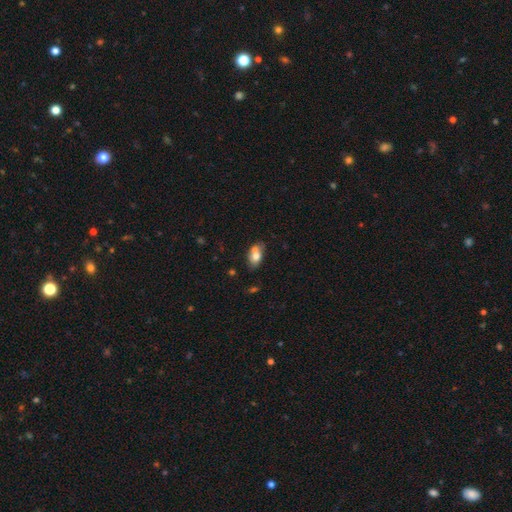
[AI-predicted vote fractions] smooth 70%, featured or disk 22%, star or artifact 8%. Down the decision tree: how rounded — in between (85%); merging — none (47%).